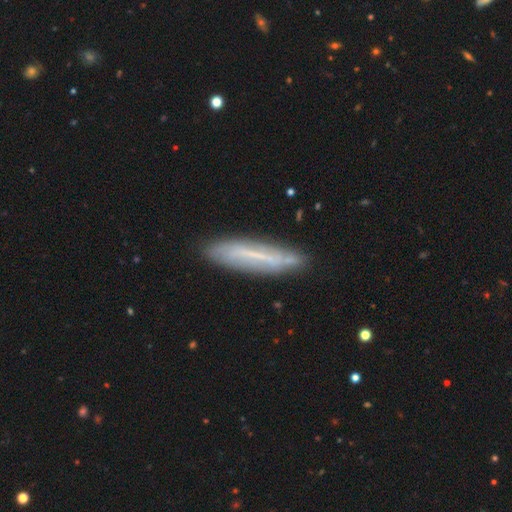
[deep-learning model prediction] This is possibly a featured or disk galaxy (50%). Merging: likely none (80%).